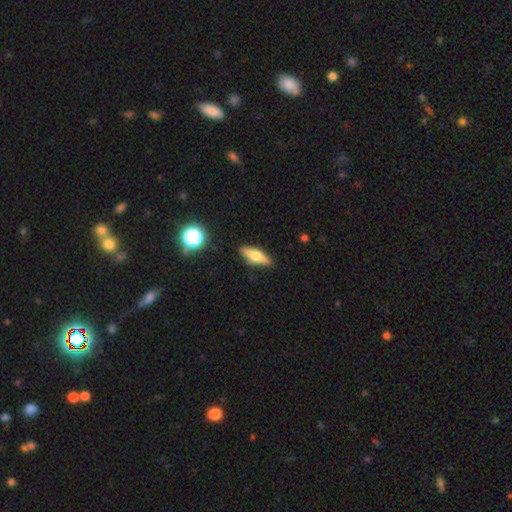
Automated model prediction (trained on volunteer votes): Smooth or featured? Predicted: featured or disk (p=0.47). Merging? Predicted: none (p=0.89).